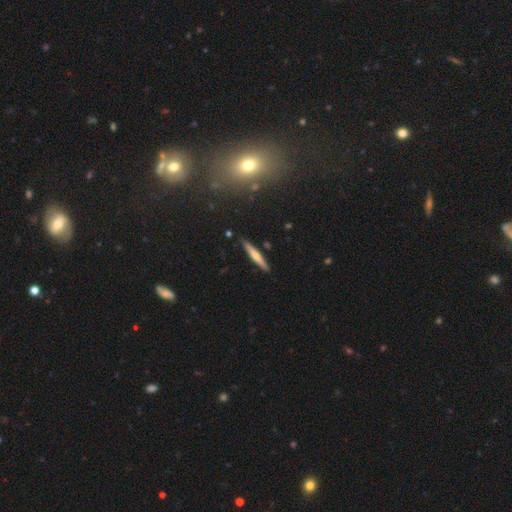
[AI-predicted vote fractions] A smooth galaxy with no disk features (49%). Merging: none (88%).